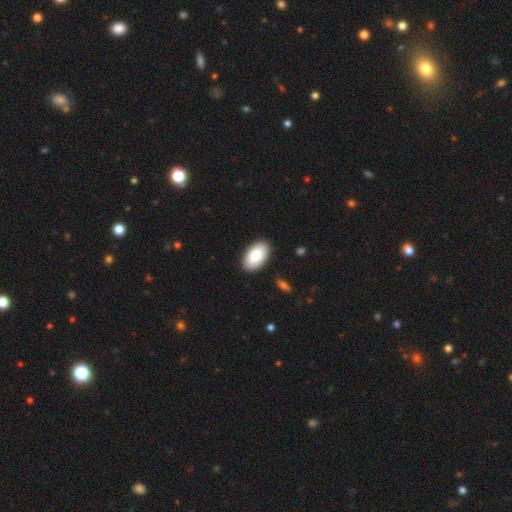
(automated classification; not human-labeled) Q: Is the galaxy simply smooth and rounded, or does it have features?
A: smooth — 86%.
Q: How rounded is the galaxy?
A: in between — 95%.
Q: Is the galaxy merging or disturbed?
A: none — 89%.